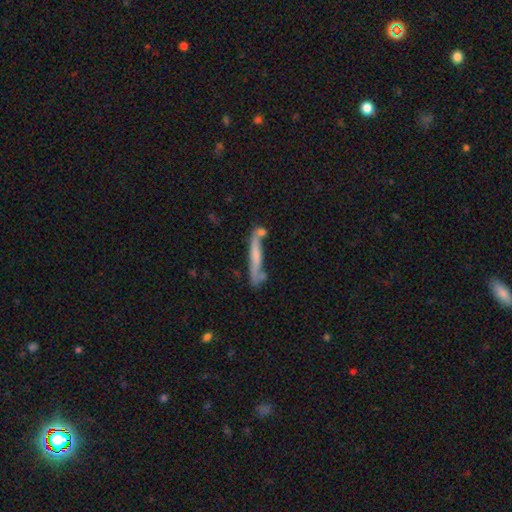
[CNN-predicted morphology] Smooth or featured? smooth (47%)
Merging? none (56%)